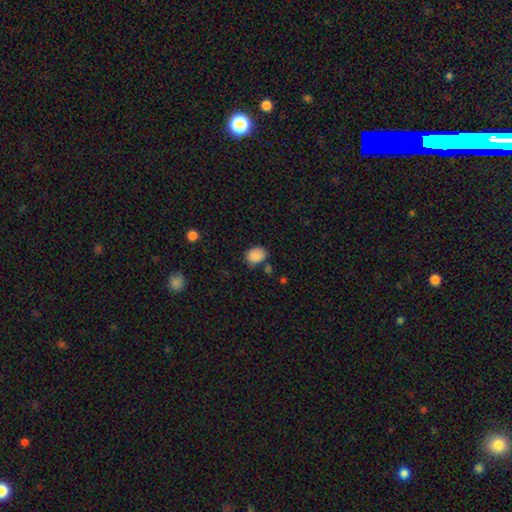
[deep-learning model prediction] Morphology: type=smooth (87%); roundness=in between (57%); merging=none (67%).